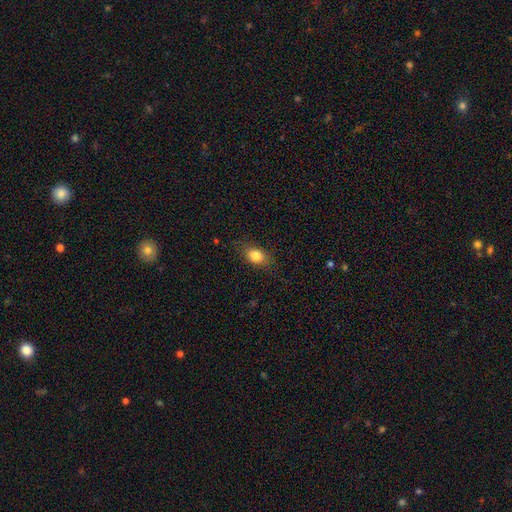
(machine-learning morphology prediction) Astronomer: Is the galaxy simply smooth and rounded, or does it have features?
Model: smooth — 82%.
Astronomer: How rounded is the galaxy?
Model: in between — 75%.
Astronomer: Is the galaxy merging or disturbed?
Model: none — 79%.